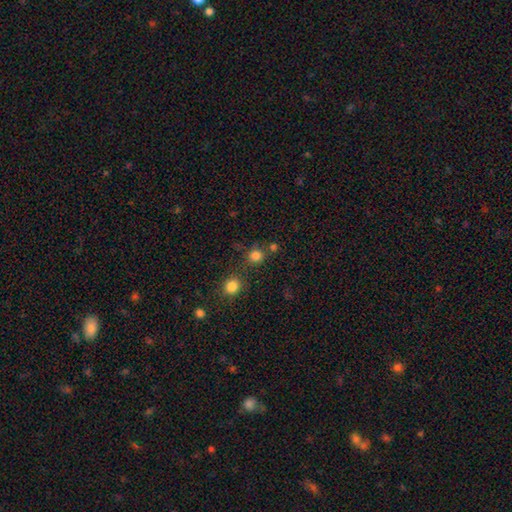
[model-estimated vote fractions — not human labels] smooth_or_featured: smooth (p=0.81) [alt: star or artifact p=0.14]
how_rounded: round (p=0.88) [alt: in between p=0.11]
merging: none (p=0.71) [alt: merger p=0.16]